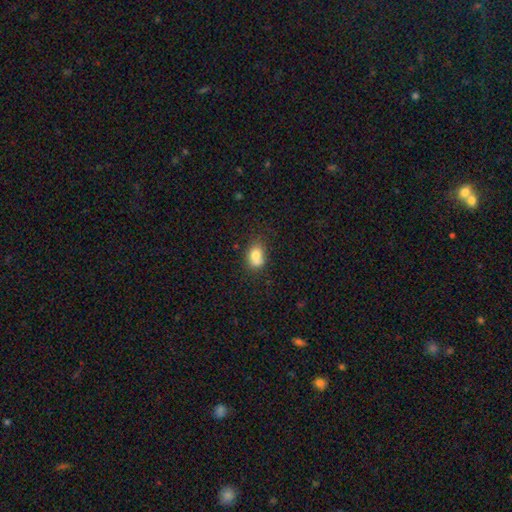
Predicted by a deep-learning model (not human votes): Smooth or featured: smooth — 78% (featured or disk — 12%)
How rounded: in between — 69% (round — 30%)
Merging: none — 54% (minor disturbance — 25%)